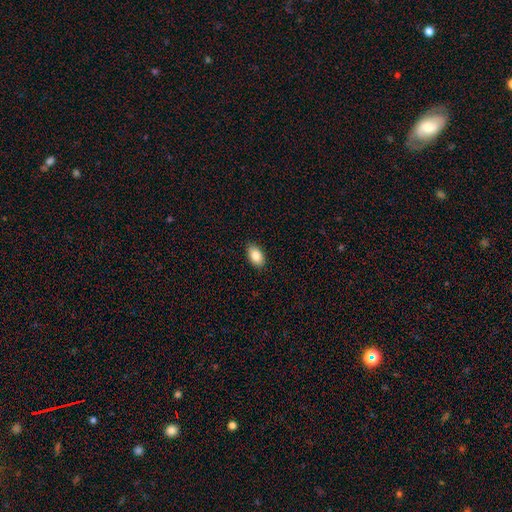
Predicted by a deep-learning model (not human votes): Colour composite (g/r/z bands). It shows a smooth galaxy with no disk features (85%) that is in between round and cigar-shaped (92%). Merging: none (88%).